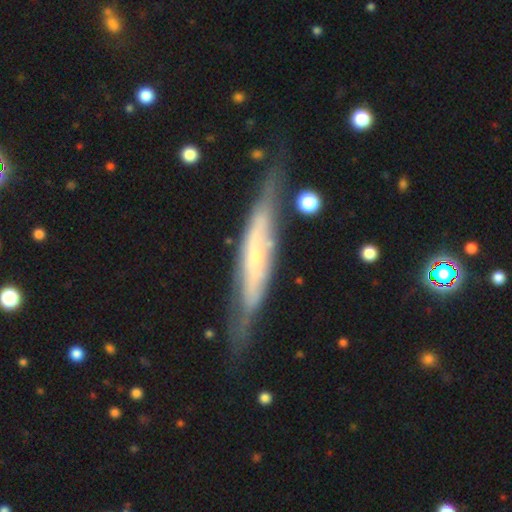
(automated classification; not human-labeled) The model was most divided on "edge-on bulge": rounded: 48%, none: 39%, boxy: 12%. More confident: edge-on disk — yes (76%); smooth or featured — featured or disk (72%); merging — none (71%).